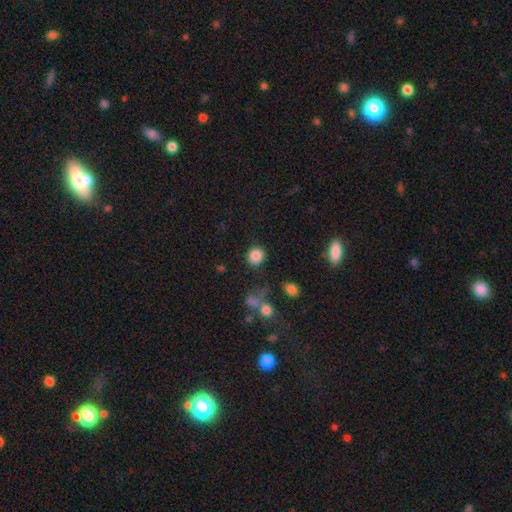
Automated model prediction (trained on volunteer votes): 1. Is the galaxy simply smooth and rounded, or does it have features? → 85% smooth, 10% star or artifact, 5% featured or disk.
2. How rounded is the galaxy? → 87% round, 12% in between, 1% cigar-shaped.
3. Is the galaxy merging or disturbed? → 81% none, 10% minor disturbance, 5% major disturbance, 4% merger.